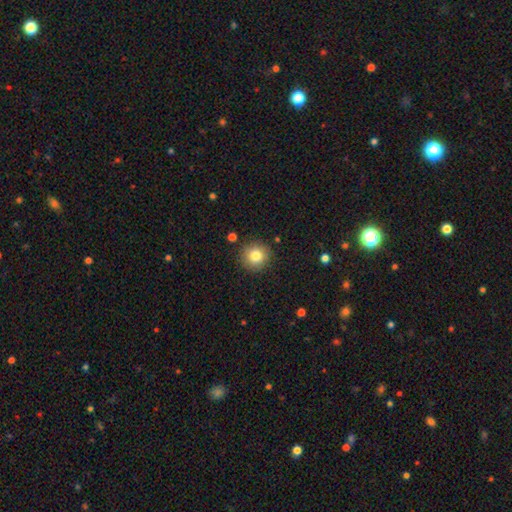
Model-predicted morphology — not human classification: smooth_or_featured: smooth (p=0.82) [alt: star or artifact p=0.10]
how_rounded: round (p=0.93) [alt: in between p=0.06]
merging: none (p=0.88) [alt: minor disturbance p=0.08]